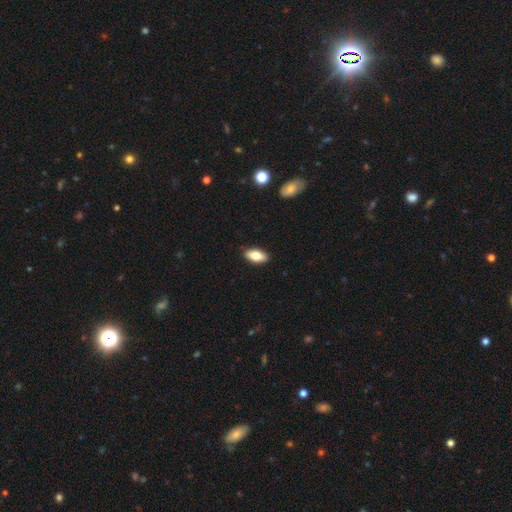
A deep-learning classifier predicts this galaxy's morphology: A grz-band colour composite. It shows a smooth galaxy with no disk features (78%) that is in between round and cigar-shaped (90%). Merging: none (89%).